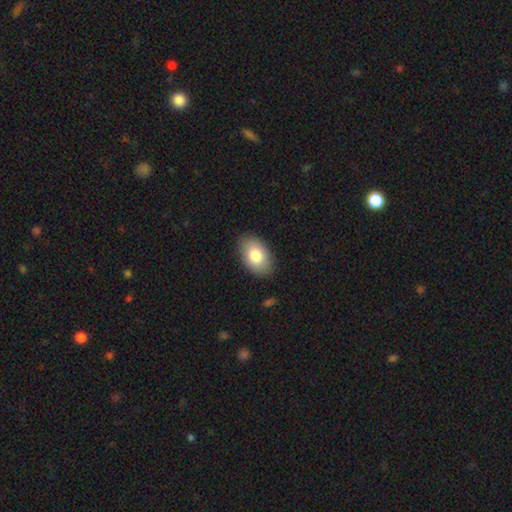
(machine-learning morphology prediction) Overall: smooth (80%). How rounded: in between (91%). Merging: none (86%).